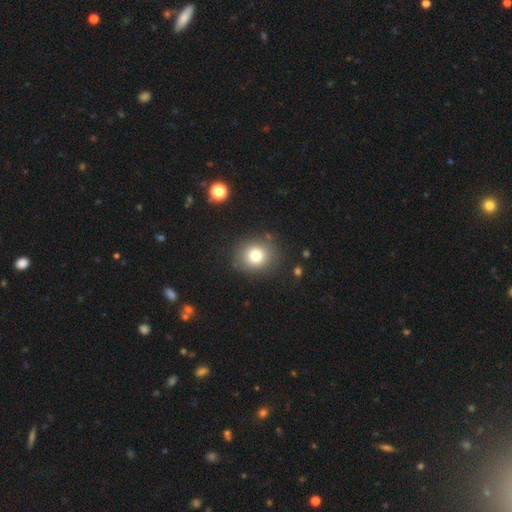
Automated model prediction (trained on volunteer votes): smooth-or-featured: smooth: 78% | star or artifact: 13% | featured or disk: 10%
  how-rounded: round: 80% | in between: 19% | cigar-shaped: 1%
  merging: none: 86% | minor disturbance: 9% | major disturbance: 3% | merger: 2%